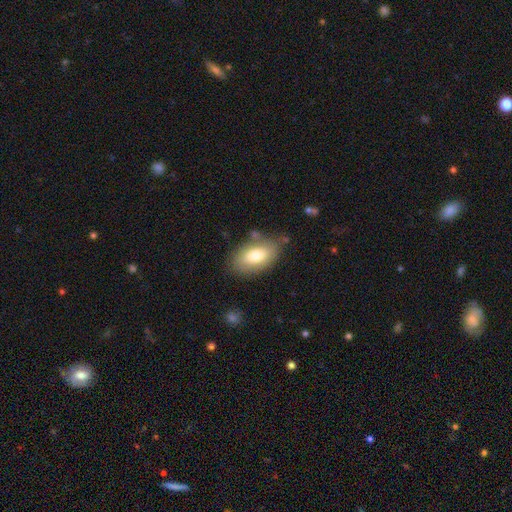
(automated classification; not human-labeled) smooth 76%, featured or disk 17%, star or artifact 7%. Down the decision tree: how rounded — in between (92%); merging — none (74%).